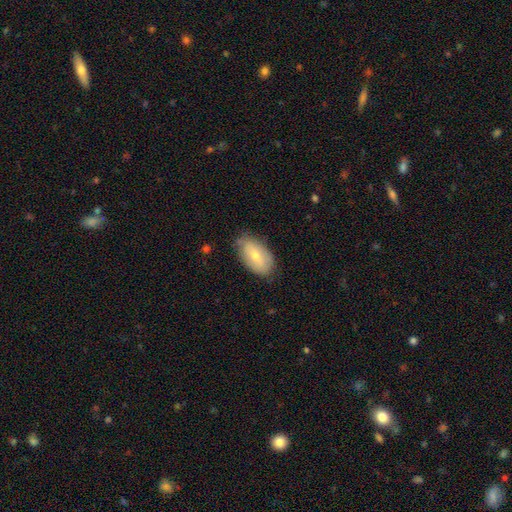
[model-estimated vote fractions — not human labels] Smooth or featured? Predicted: smooth (p=0.65). How rounded? Predicted: in between (p=0.93). Merging? Predicted: none (p=0.74).